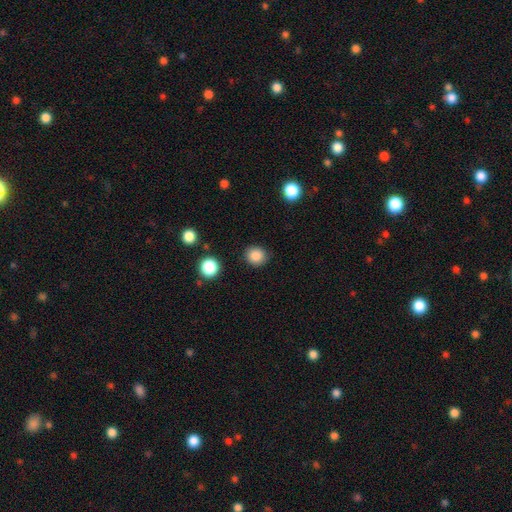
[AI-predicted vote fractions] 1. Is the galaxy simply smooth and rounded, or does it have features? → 86% smooth, 10% star or artifact, 4% featured or disk.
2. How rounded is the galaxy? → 86% round, 13% in between, 1% cigar-shaped.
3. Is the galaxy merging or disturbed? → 89% none, 7% minor disturbance, 2% major disturbance, 2% merger.